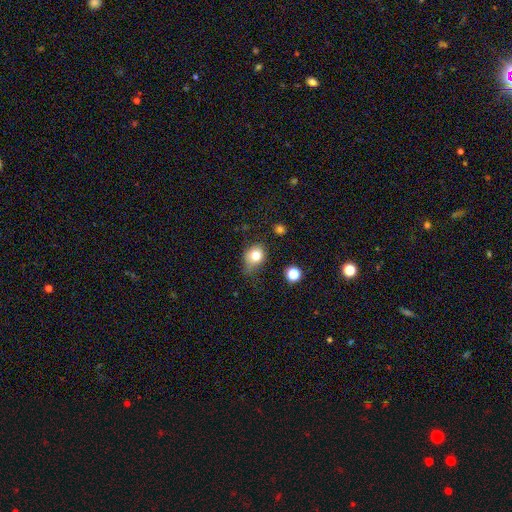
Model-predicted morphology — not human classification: A smooth galaxy with no disk features (77%) that is round (56%).

Vote fractions:
- Smooth or featured? smooth: 77% / star or artifact: 12% / featured or disk: 11%
- How rounded? round: 56% / in between: 42% / cigar-shaped: 1%
- Merging? none: 50% / minor disturbance: 35% / major disturbance: 11% / merger: 4%